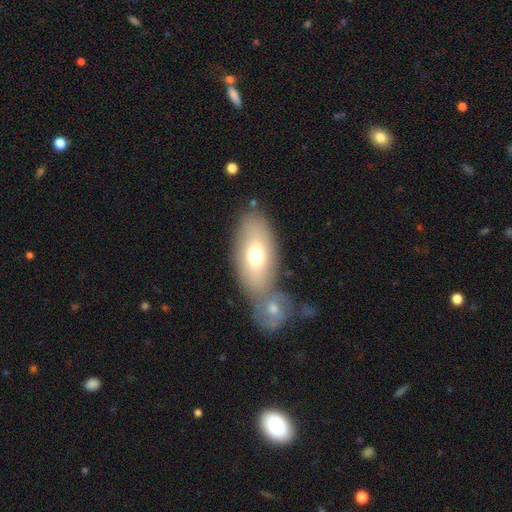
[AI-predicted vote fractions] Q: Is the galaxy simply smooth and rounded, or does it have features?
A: smooth — 68%.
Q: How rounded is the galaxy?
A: in between — 88%.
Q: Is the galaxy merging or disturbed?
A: merger — 43%, tied with none.